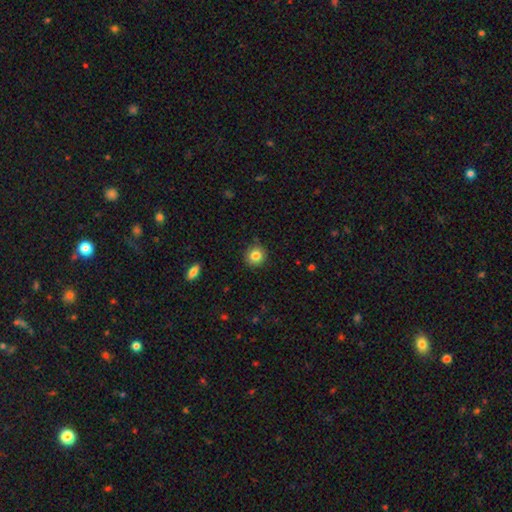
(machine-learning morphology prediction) type=smooth (83%); roundness=round (92%); merging=none (90%).